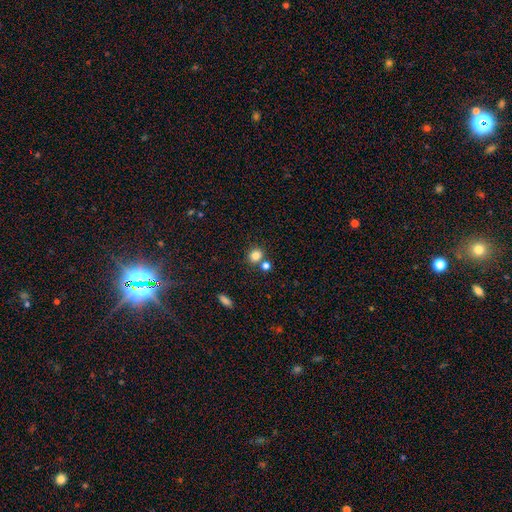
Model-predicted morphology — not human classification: The model was most divided on "merging": none: 69%, merger: 19%, minor disturbance: 9%, major disturbance: 3%. More confident: smooth or featured — smooth (83%); how rounded — round (77%).